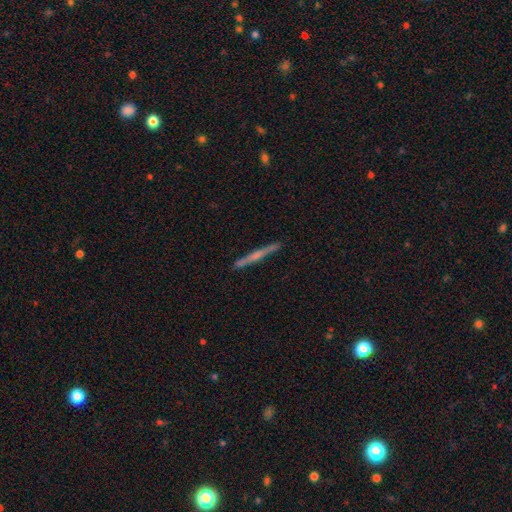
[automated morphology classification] Smooth or featured? Predicted: featured or disk (p=0.61). Edge-on disk? Predicted: yes (p=0.97). Edge-on bulge? Predicted: rounded (p=0.46). Merging? Predicted: none (p=0.90).